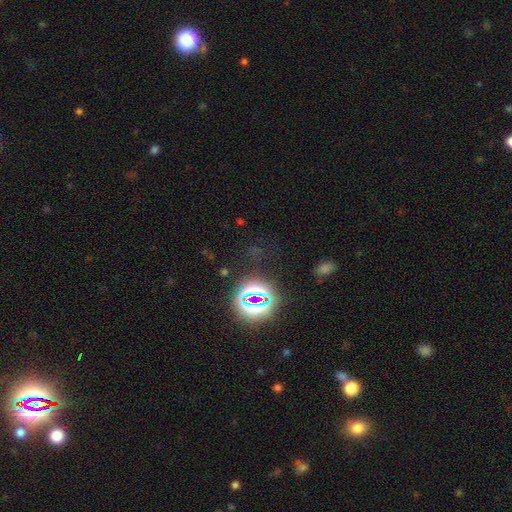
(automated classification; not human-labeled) Q: Smooth or featured?
A: star or artifact (78%); runner-up: smooth (15%)